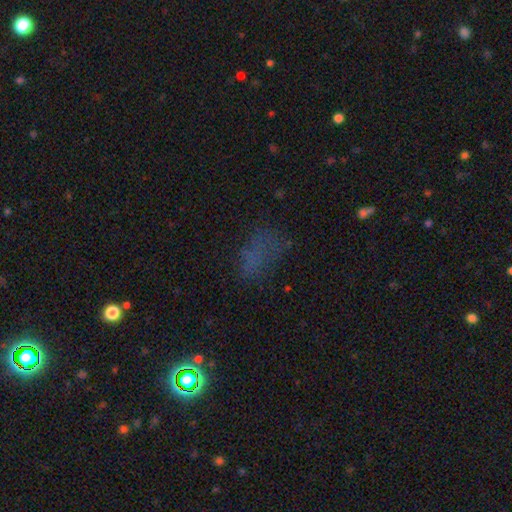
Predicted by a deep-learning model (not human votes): This appears to be a smooth galaxy with no disk features (45%). Merging: none (53%).